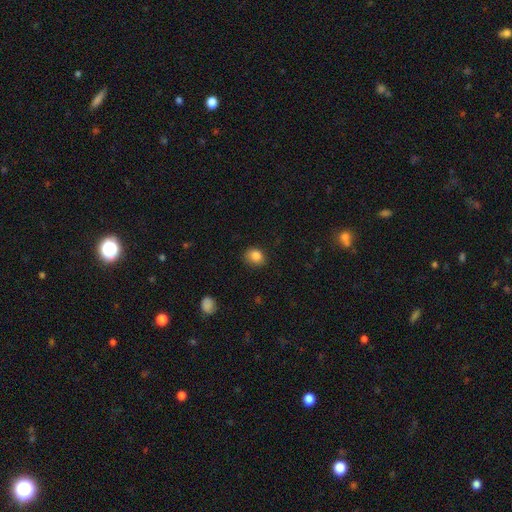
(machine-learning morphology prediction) Smooth or featured? smooth (85%)
How rounded? round (60%)
Merging? none (81%)